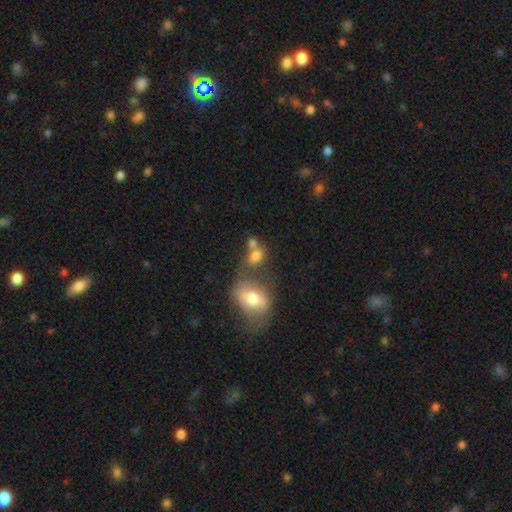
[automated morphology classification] Overall: smooth (74%). How rounded: in between (72%). Merging: merger (41%; none 38%).